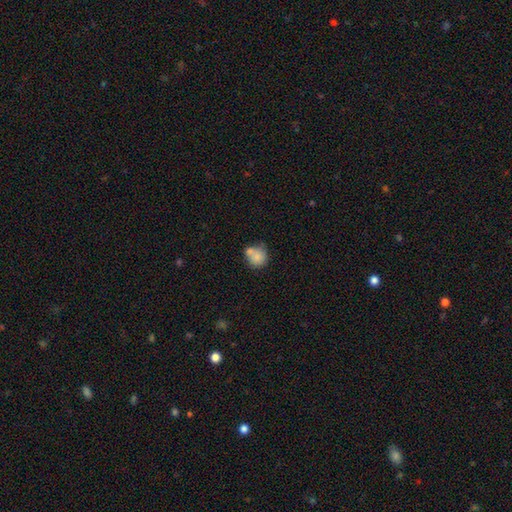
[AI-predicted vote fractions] smooth-or-featured: smooth: 79% | featured or disk: 13% | star or artifact: 8%
  how-rounded: round: 82% | in between: 17% | cigar-shaped: 1%
  merging: none: 43% | merger: 38% | minor disturbance: 14% | major disturbance: 5%